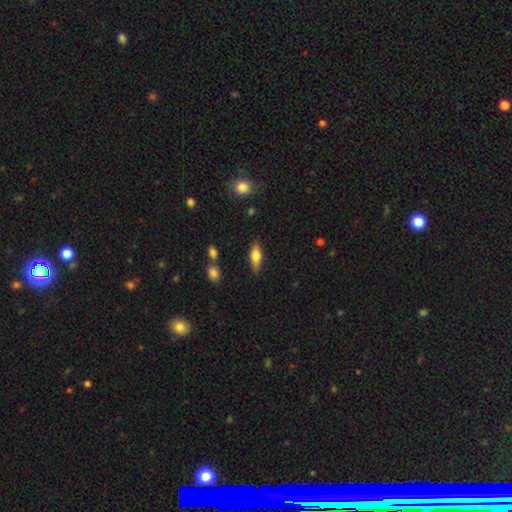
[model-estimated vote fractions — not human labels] Q: Smooth or featured?
A: smooth (70%); runner-up: featured or disk (23%)
Q: How rounded?
A: in between (69%); runner-up: cigar-shaped (29%)
Q: Merging?
A: none (83%); runner-up: minor disturbance (12%)